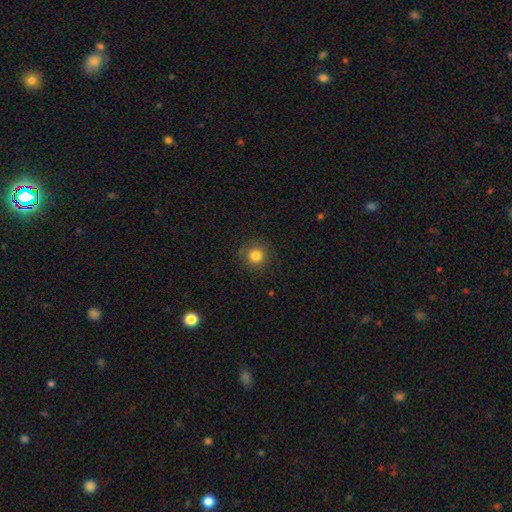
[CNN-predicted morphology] Smooth or featured?
  - smooth: 82% *
  - star or artifact: 13%
  - featured or disk: 5%
How rounded?
  - round: 94% *
  - in between: 5%
  - cigar-shaped: 1%
Merging?
  - none: 89% *
  - minor disturbance: 7%
  - major disturbance: 2%
  - merger: 1%